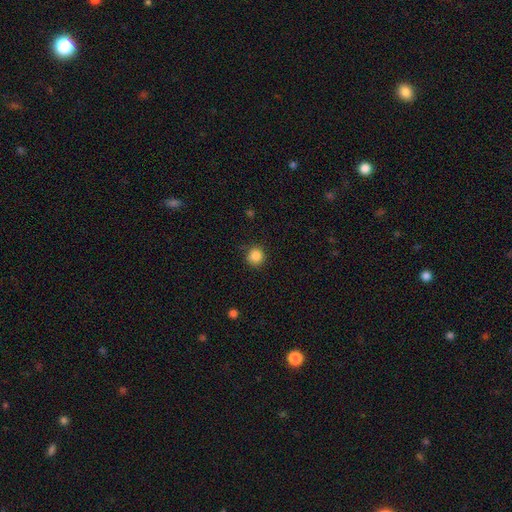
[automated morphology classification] Smooth or featured? Predicted: smooth (p=0.86). How rounded? Predicted: round (p=0.92). Merging? Predicted: none (p=0.85).